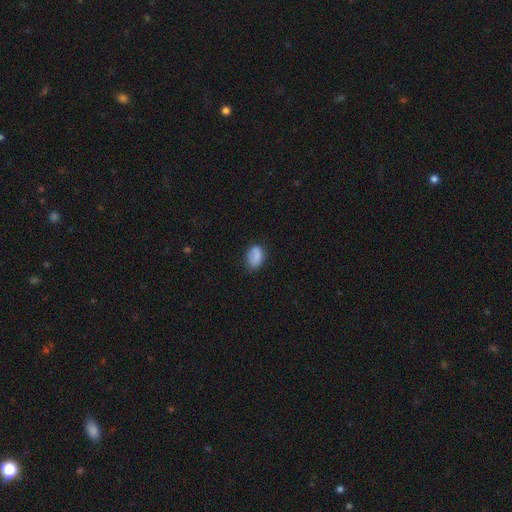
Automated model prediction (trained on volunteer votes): Overall: smooth (81%). How rounded: in between (85%). Merging: none (63%; minor disturbance 26%).